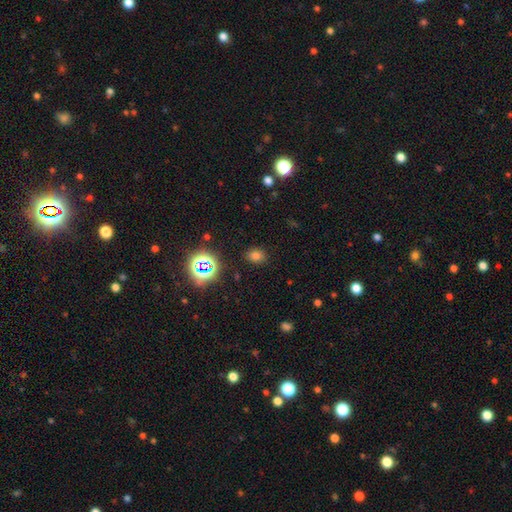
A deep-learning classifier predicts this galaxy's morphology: Overall: smooth (70%). How rounded: in between (52%; round 47%). Merging: none (85%).